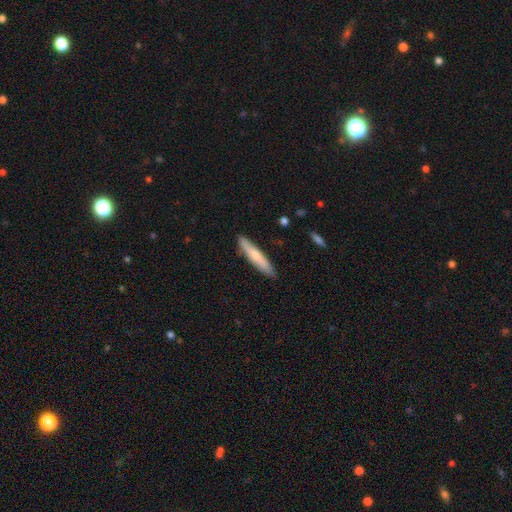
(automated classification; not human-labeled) A smooth galaxy with no disk features (68%) that is cigar-shaped (91%). Merging: none (88%).